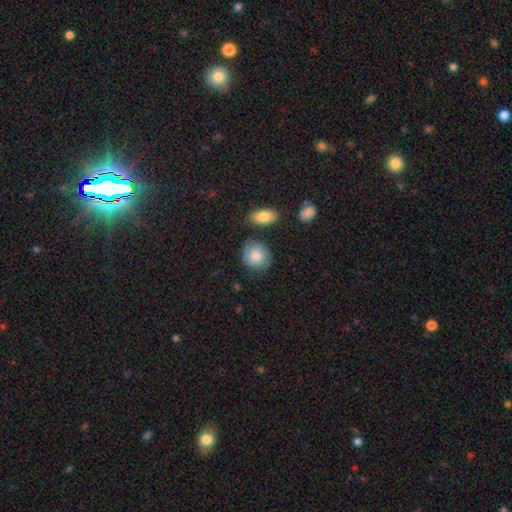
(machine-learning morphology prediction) A smooth galaxy with no disk features (71%) that is round (74%).

Vote fractions:
- Smooth or featured? smooth: 71% / featured or disk: 22% / star or artifact: 7%
- How rounded? round: 74% / in between: 25% / cigar-shaped: 1%
- Merging? none: 73% / minor disturbance: 18% / major disturbance: 5% / merger: 4%